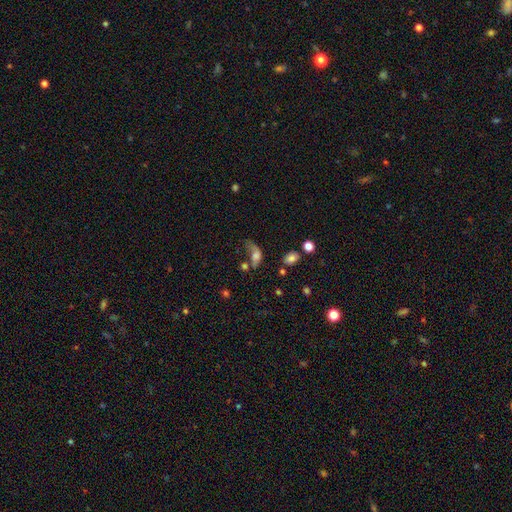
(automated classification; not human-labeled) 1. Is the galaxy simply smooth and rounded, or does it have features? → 62% smooth, 25% featured or disk, 13% star or artifact.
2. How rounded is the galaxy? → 79% in between, 13% round, 7% cigar-shaped.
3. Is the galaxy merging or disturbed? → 49% major disturbance, 19% minor disturbance, 18% none, 14% merger.